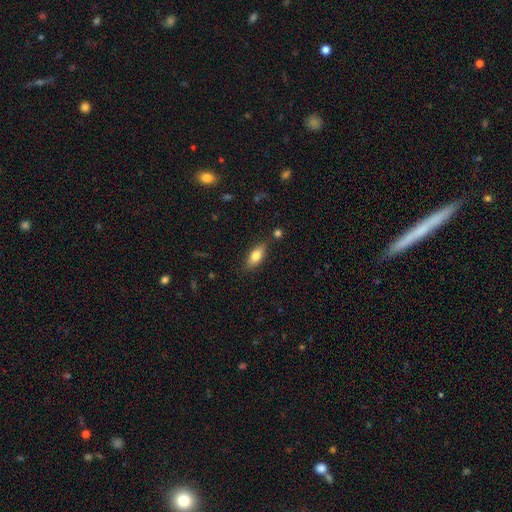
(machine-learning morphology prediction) A smooth galaxy with no disk features (77%) that is in between round and cigar-shaped (82%). Merging: none (82%).